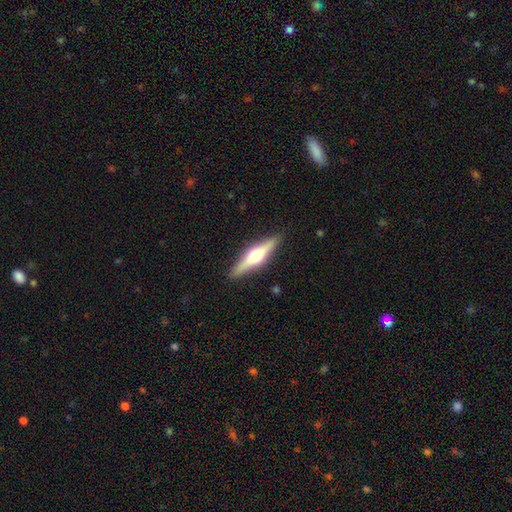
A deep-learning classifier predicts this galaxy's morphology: The model was most divided on "smooth or featured": featured or disk: 67%, smooth: 28%, star or artifact: 5%. More confident: edge-on disk — yes (97%); edge-on bulge — rounded (93%); merging — none (90%).